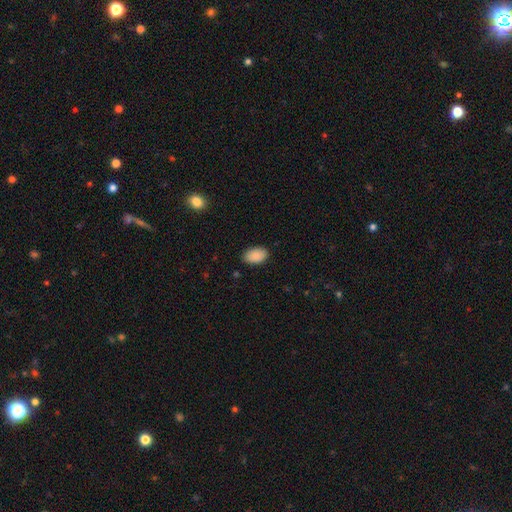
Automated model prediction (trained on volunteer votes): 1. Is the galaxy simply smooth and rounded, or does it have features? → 90% smooth, 7% star or artifact, 3% featured or disk.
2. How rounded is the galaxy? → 92% in between, 7% round, 1% cigar-shaped.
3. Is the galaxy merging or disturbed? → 86% none, 11% minor disturbance, 2% major disturbance, 1% merger.